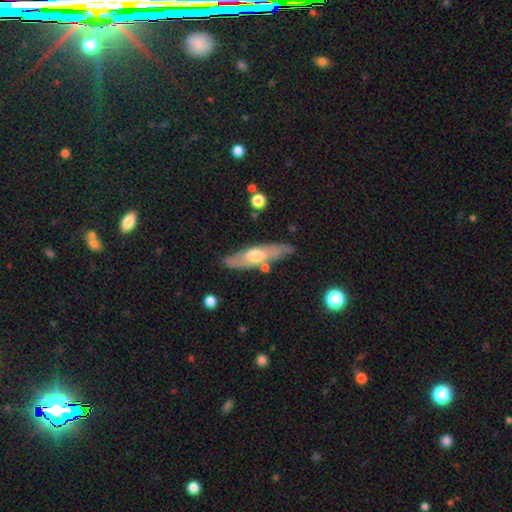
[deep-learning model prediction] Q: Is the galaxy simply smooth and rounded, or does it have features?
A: featured or disk — 54%.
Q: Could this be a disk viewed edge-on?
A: yes — 63%.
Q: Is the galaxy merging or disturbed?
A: none — 79%.